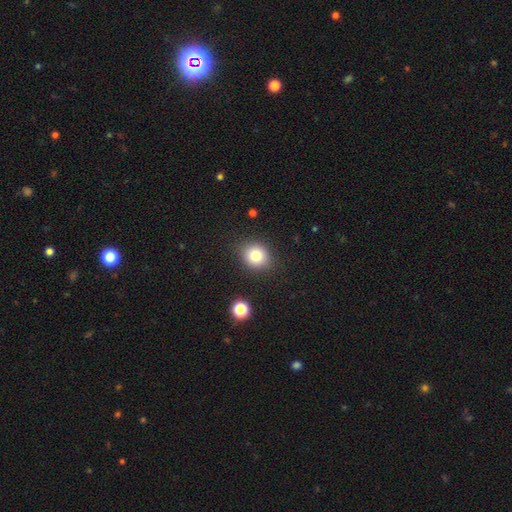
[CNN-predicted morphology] Smooth or featured? smooth (81%)
How rounded? round (73%)
Merging? none (86%)